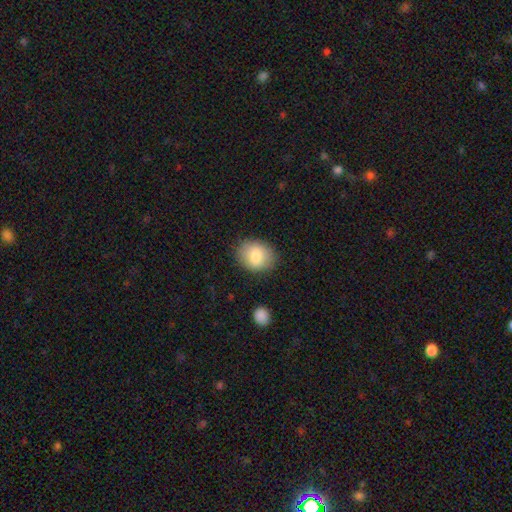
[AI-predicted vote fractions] smooth 82%, featured or disk 11%, star or artifact 8%. Down the decision tree: how rounded — in between (54%); merging — none (84%).